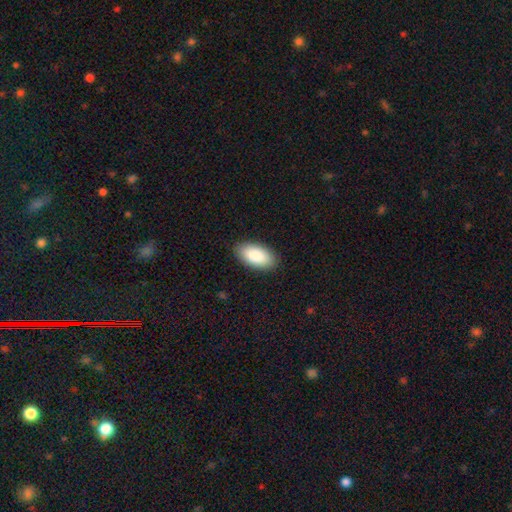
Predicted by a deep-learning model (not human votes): Overall: smooth (88%). How rounded: in between (95%). Merging: none (89%).